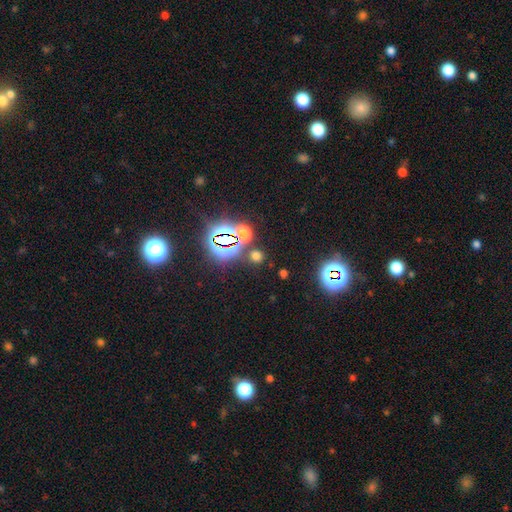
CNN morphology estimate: This is possibly a smooth galaxy (55%). How rounded: clearly round (86%). Merging: clearly none (81%).